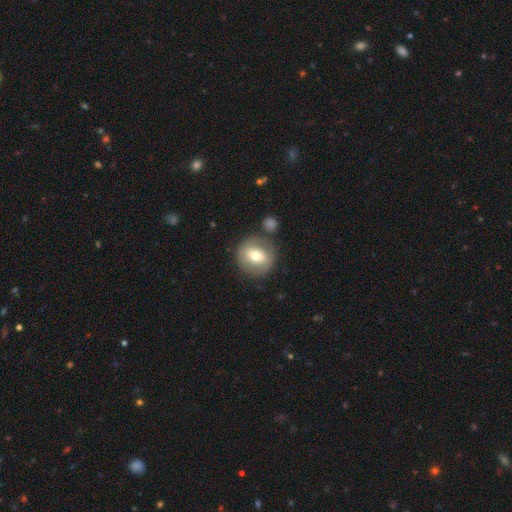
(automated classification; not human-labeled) This is possibly a smooth galaxy (60%). How rounded: clearly round (85%). Merging: likely none (77%).